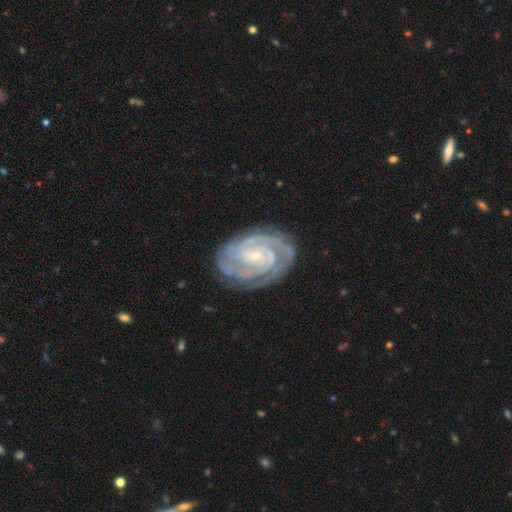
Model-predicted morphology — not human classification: smooth-or-featured: featured or disk: 92% | star or artifact: 5% | smooth: 3%
  disk-edge-on: no: 97% | yes: 3%
    bar: no: 56% | weak: 30% | strong: 14%
    has-spiral-arms: yes: 99% | no: 1%
      spiral-winding: tight: 80% | medium: 18% | loose: 2%
      spiral-arm-count: 3: 29% | 2: 28% | 4: 18% | can't tell: 12% | more than 4: 7% | 1: 6%
    bulge-size: small: 81% | moderate: 16% | none: 2% | large: 1% | dominant: 1%
  merging: none: 81% | minor disturbance: 15% | major disturbance: 4% | merger: 1%